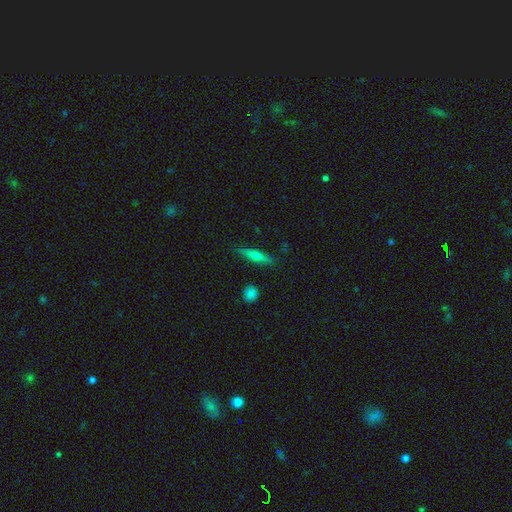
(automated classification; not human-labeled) A smooth galaxy with no disk features (47%).

Vote fractions:
- Smooth or featured? smooth: 47% / featured or disk: 46% / star or artifact: 7%
- Merging? none: 86% / minor disturbance: 10% / major disturbance: 2% / merger: 2%